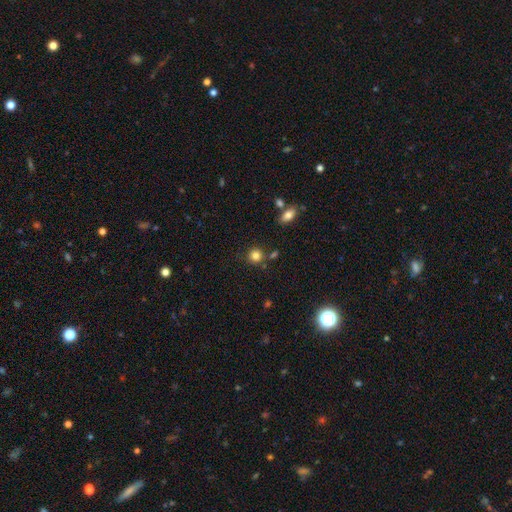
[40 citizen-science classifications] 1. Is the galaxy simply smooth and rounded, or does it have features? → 82% smooth, 12% star or artifact, 5% featured or disk.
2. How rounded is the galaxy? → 91% round, 9% in between, 0% cigar-shaped.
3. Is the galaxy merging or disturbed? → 77% none, 17% minor disturbance, 6% merger, 0% major disturbance.